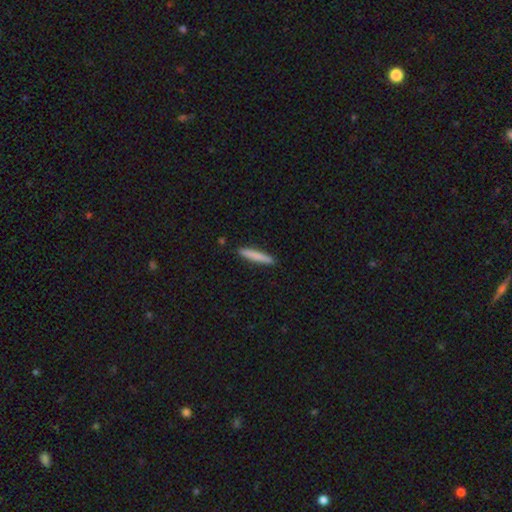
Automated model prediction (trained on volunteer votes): This appears to be a smooth galaxy with no disk features (79%) that is cigar-shaped (94%). Merging: none (91%).